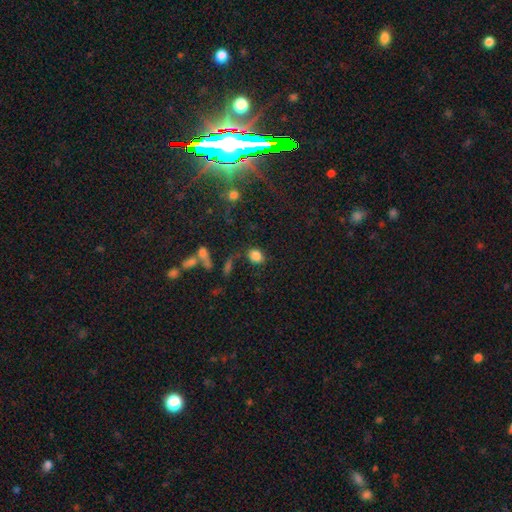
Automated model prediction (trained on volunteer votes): The model was most divided on "how rounded": in between: 53%, round: 45%, cigar-shaped: 2%. More confident: smooth or featured — smooth (83%); merging — none (71%).